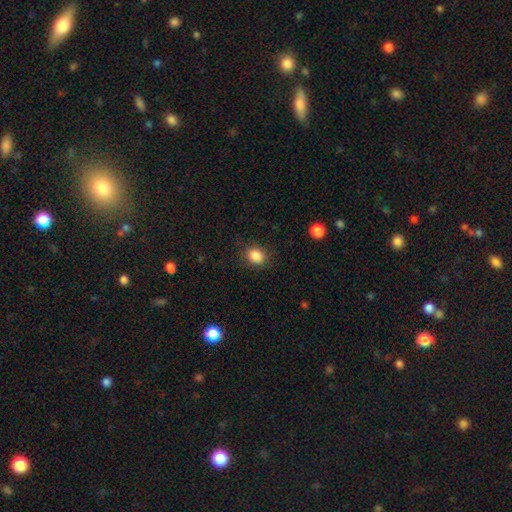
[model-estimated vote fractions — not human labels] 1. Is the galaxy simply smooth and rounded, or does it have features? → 87% smooth, 10% star or artifact, 4% featured or disk.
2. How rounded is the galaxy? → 60% round, 39% in between, 1% cigar-shaped.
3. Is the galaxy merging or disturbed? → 85% none, 10% minor disturbance, 3% major disturbance, 1% merger.